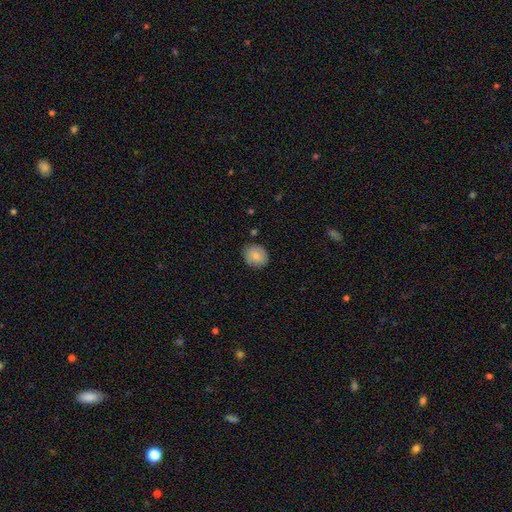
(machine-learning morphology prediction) A smooth galaxy with no disk features (82%) that is round (59%). Merging: none (83%).